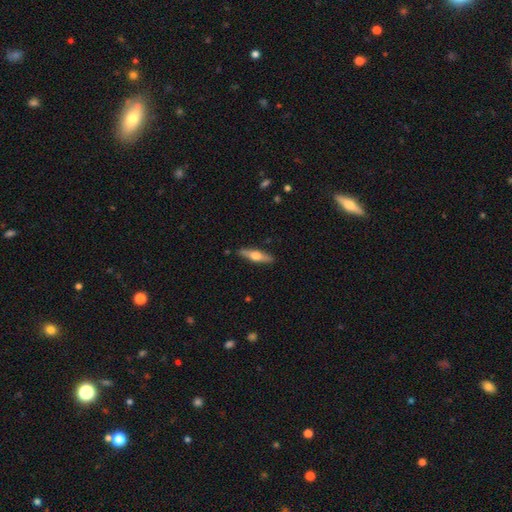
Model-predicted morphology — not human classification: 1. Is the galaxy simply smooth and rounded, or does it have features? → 56% featured or disk, 39% smooth, 5% star or artifact.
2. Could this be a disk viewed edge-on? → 95% yes, 5% no.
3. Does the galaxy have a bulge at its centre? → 94% rounded, 4% boxy, 2% none.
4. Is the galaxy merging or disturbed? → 89% none, 8% minor disturbance, 2% major disturbance, 1% merger.